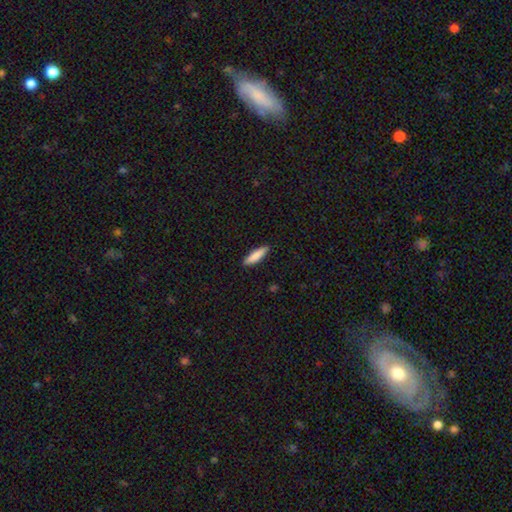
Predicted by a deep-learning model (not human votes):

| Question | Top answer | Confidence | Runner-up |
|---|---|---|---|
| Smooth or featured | smooth | 84% | featured or disk (10%) |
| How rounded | cigar-shaped | 72% | in between (26%) |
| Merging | none | 90% | minor disturbance (8%) |